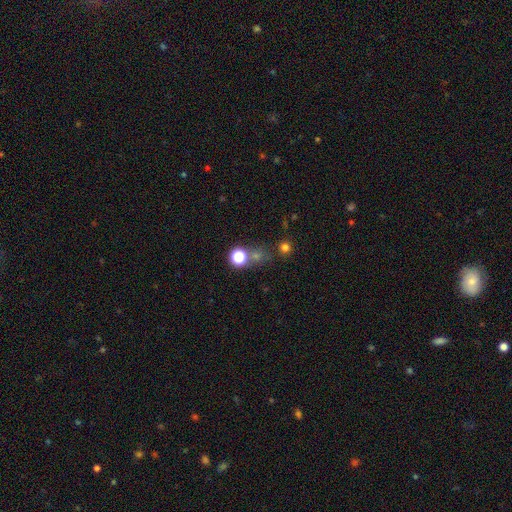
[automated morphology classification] Q: Smooth or featured?
A: smooth (47%); runner-up: star or artifact (44%)
Q: Merging?
A: none (65%); runner-up: merger (21%)